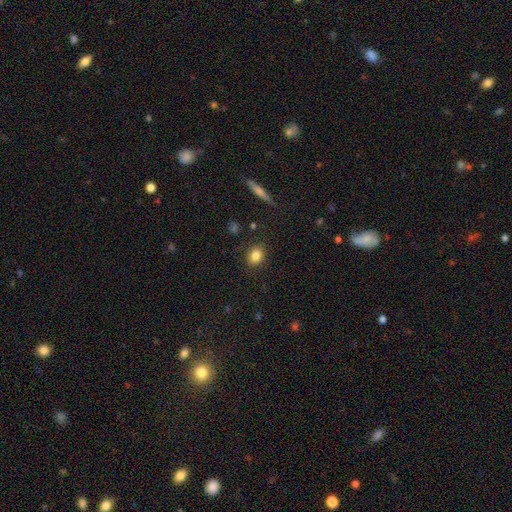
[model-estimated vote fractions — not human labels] Smooth or featured? Predicted: smooth (p=0.84). How rounded? Predicted: in between (p=0.54). Merging? Predicted: none (p=0.87).